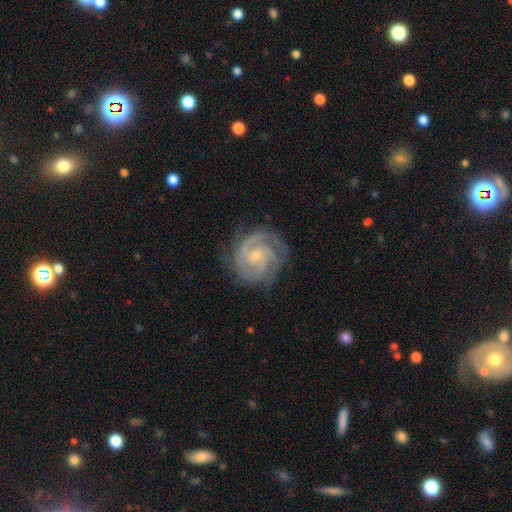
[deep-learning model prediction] Q: Smooth or featured?
A: featured or disk (90%); runner-up: smooth (6%)
Q: Edge-on disk?
A: no (98%); runner-up: yes (2%)
Q: Bar?
A: no (66%); runner-up: weak (29%)
Q: Spiral arms?
A: yes (98%); runner-up: no (2%)
Q: Spiral winding?
A: tight (67%); runner-up: medium (29%)
Q: Spiral arm count?
A: 3 (43%); runner-up: 2 (26%)
Q: Bulge size?
A: small (73%); runner-up: moderate (23%)
Q: Merging?
A: none (76%); runner-up: minor disturbance (17%)